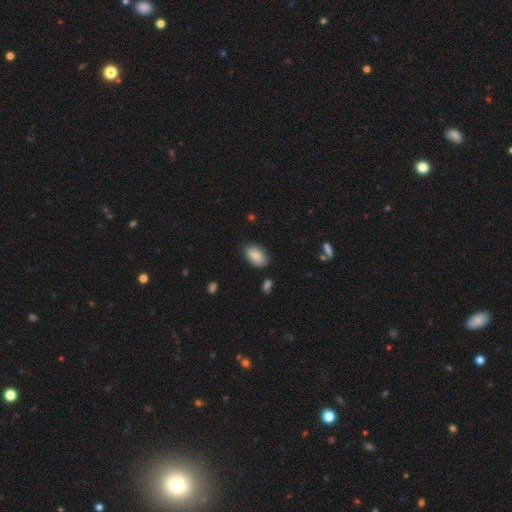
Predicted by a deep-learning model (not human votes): A smooth galaxy with no disk features (88%) that is in between round and cigar-shaped (93%). Merging: none (84%).